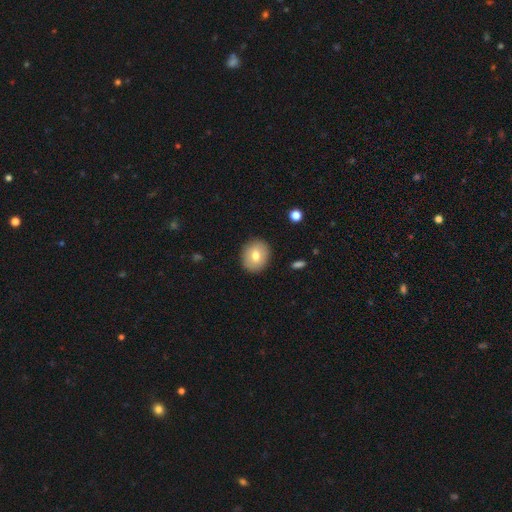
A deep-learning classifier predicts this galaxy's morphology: Smooth or featured?
  - smooth: 75% *
  - featured or disk: 17%
  - star or artifact: 8%
How rounded?
  - round: 68% *
  - in between: 31%
  - cigar-shaped: 1%
Merging?
  - none: 89% *
  - minor disturbance: 7%
  - major disturbance: 2%
  - merger: 1%